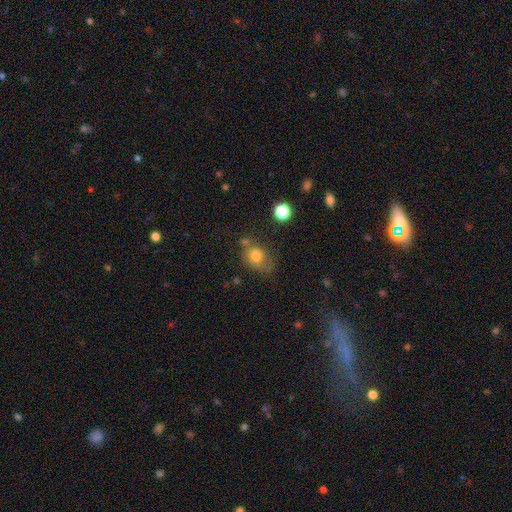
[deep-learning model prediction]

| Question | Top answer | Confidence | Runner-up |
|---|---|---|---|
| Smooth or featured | smooth | 76% | featured or disk (13%) |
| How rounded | round | 51% | in between (48%) |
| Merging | none | 47% | minor disturbance (26%) |